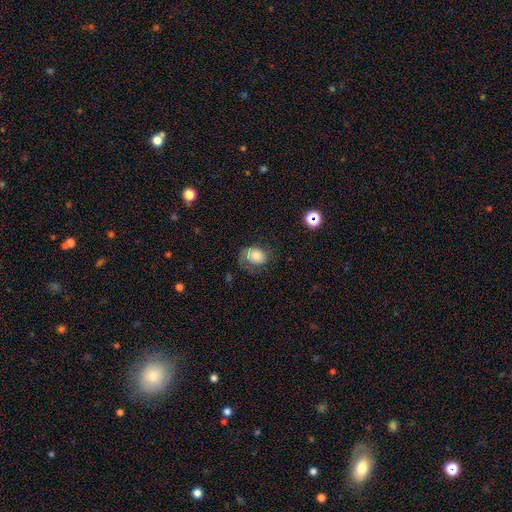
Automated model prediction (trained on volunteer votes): A smooth galaxy with no disk features (57%) that is in between round and cigar-shaped (65%).

Vote fractions:
- Smooth or featured? smooth: 57% / featured or disk: 33% / star or artifact: 10%
- How rounded? in between: 65% / round: 34% / cigar-shaped: 1%
- Merging? none: 46% / minor disturbance: 27% / major disturbance: 26% / merger: 2%